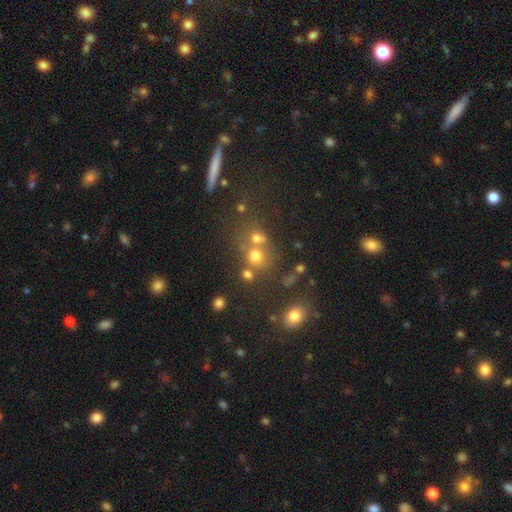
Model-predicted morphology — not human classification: Overall: smooth (66%). How rounded: round (79%). Merging: none (49%; merger 37%).